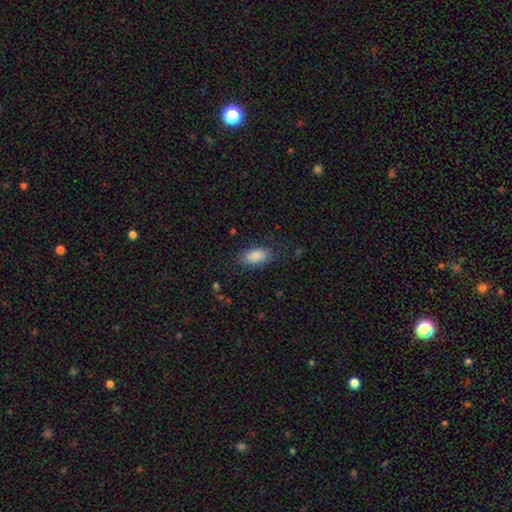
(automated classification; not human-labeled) Overall: smooth (88%). How rounded: in between (93%). Merging: none (78%).